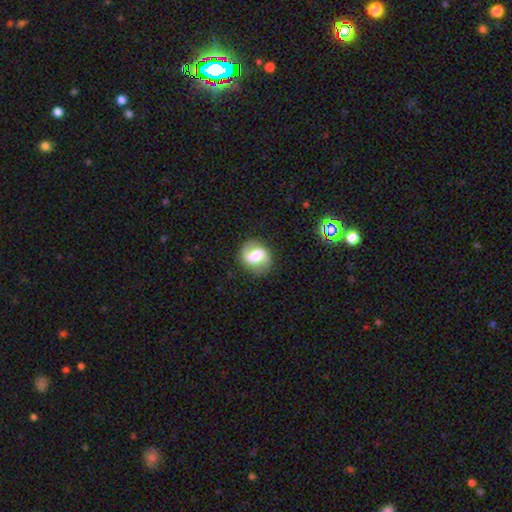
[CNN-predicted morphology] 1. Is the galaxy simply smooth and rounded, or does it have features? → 61% featured or disk, 31% smooth, 8% star or artifact.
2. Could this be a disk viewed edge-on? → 96% no, 4% yes.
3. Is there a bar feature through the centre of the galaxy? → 42% weak, 33% strong, 26% no.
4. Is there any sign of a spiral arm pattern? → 83% yes, 17% no.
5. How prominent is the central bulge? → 49% moderate, 28% large, 14% small, 5% dominant, 3% none.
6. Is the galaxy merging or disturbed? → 82% none, 12% minor disturbance, 5% major disturbance, 1% merger.